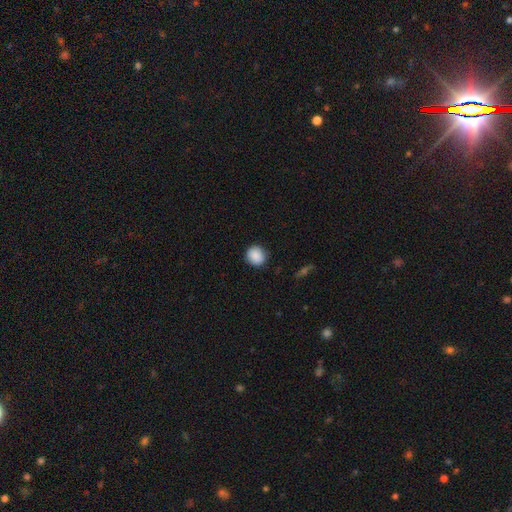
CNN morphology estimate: A smooth galaxy with no disk features (89%) that is round (86%).

Vote fractions:
- Smooth or featured? smooth: 89% / star or artifact: 8% / featured or disk: 3%
- How rounded? round: 86% / in between: 13% / cigar-shaped: 1%
- Merging? none: 87% / minor disturbance: 9% / major disturbance: 2% / merger: 1%